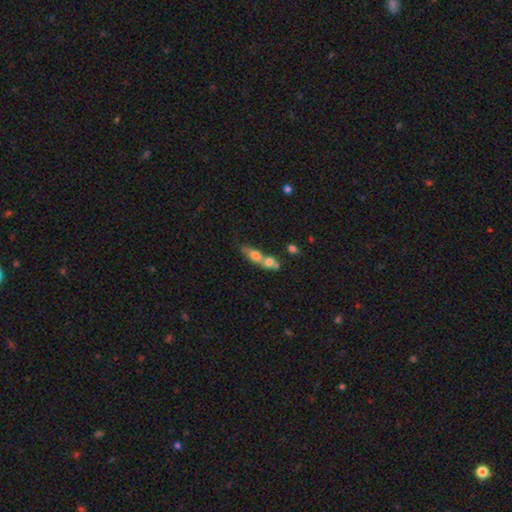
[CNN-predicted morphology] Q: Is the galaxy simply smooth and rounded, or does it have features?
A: smooth — 62%.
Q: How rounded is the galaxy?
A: in between — 51%.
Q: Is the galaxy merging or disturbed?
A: merger — 69%.